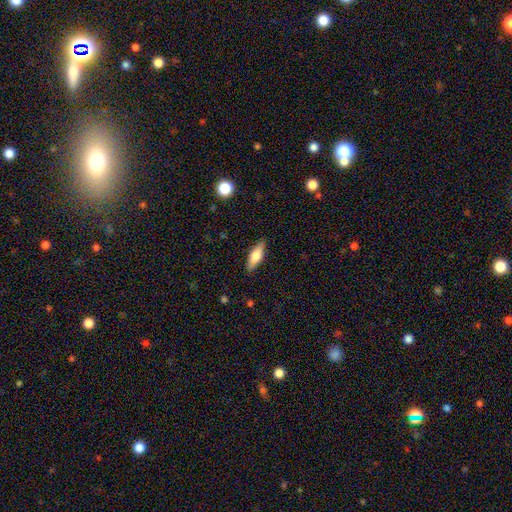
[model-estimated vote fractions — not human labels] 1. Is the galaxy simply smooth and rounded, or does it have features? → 64% smooth, 29% featured or disk, 6% star or artifact.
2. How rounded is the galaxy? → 60% in between, 37% cigar-shaped, 2% round.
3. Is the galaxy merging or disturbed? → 87% none, 10% minor disturbance, 2% major disturbance, 1% merger.